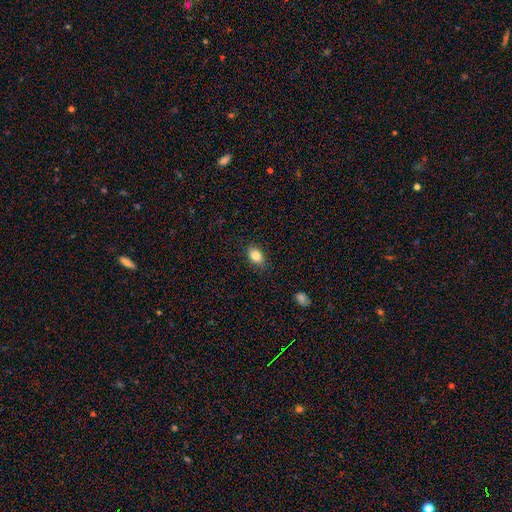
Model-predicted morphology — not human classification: Smooth or featured: smooth — 84% (star or artifact — 9%)
How rounded: in between — 81% (round — 18%)
Merging: none — 85% (minor disturbance — 11%)